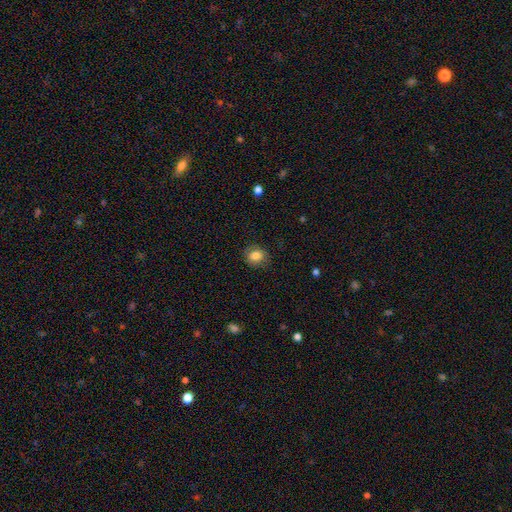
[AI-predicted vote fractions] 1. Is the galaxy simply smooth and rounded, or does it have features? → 82% smooth, 9% star or artifact, 8% featured or disk.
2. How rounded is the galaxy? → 71% round, 28% in between, 1% cigar-shaped.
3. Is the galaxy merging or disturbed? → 83% none, 12% minor disturbance, 4% major disturbance, 1% merger.